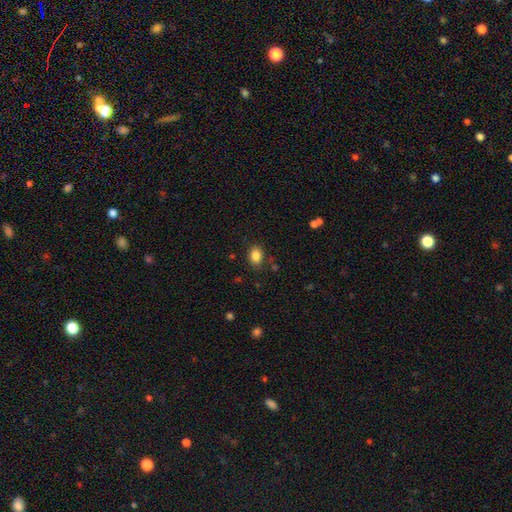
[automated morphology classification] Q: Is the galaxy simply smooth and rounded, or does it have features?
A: smooth — 85%.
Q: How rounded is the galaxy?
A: in between — 68%.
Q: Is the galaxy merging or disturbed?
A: none — 83%.